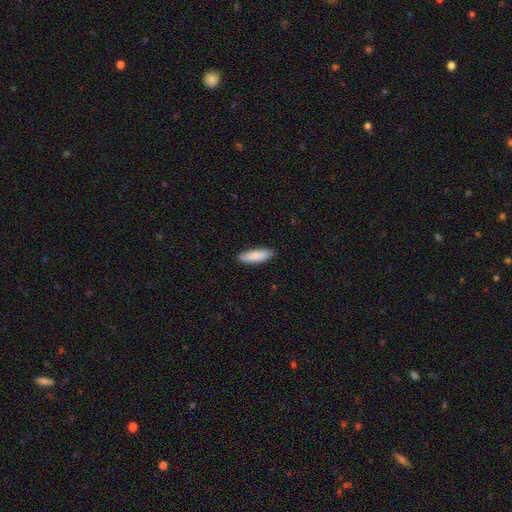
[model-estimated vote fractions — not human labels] This is clearly a smooth galaxy (86%). How rounded: possibly cigar-shaped (53%). Merging: clearly none (89%).